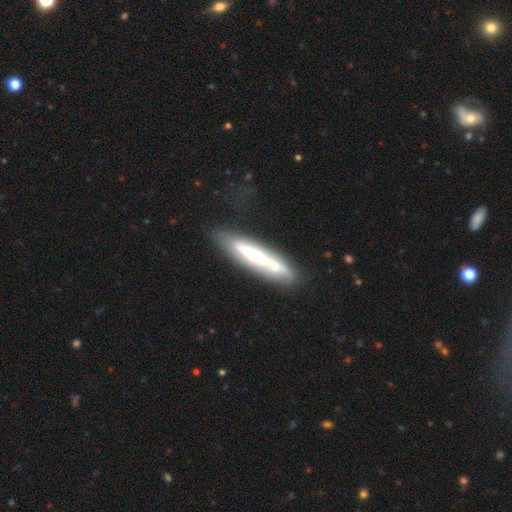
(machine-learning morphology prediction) A featured or disk galaxy (62%) viewed edge-on (52%). Merging: none (70%).